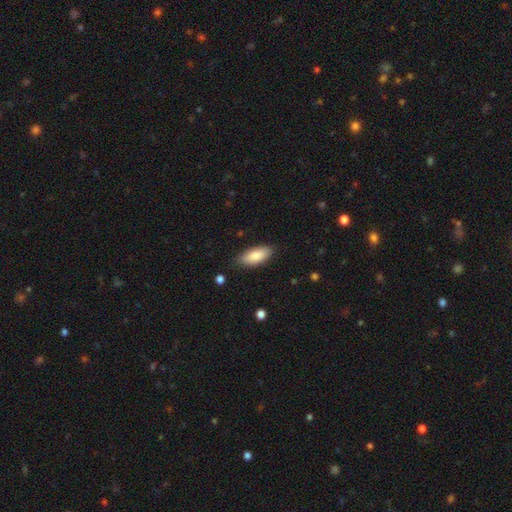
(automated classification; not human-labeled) Smooth or featured: smooth — 85% (featured or disk — 9%)
How rounded: in between — 84% (cigar-shaped — 14%)
Merging: none — 85% (minor disturbance — 11%)